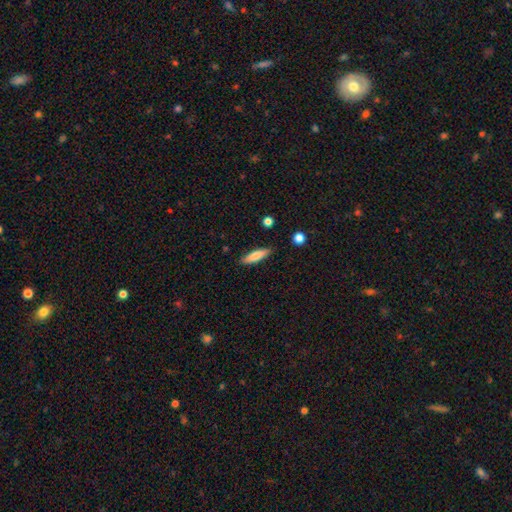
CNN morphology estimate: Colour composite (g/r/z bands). It shows a smooth galaxy with no disk features (78%) that is cigar-shaped (71%). Merging: none (87%).